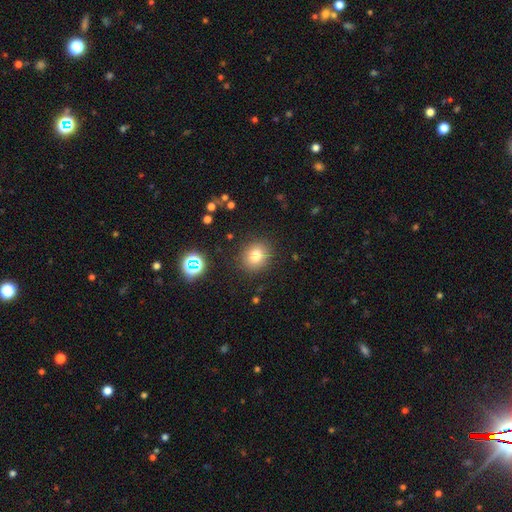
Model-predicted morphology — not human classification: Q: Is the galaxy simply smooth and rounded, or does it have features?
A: smooth — 78%.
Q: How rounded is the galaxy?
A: round — 79%.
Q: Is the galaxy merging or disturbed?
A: none — 88%.